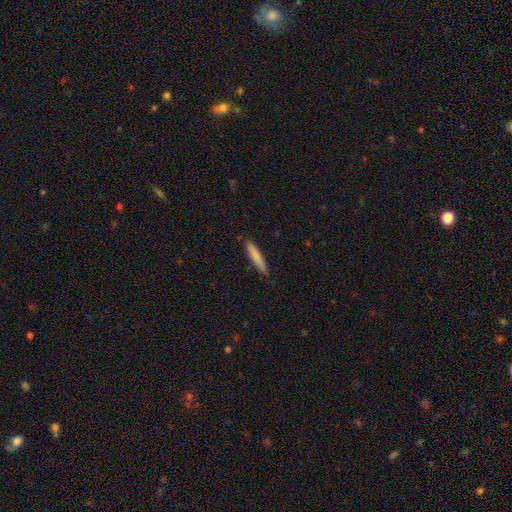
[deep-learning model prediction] This appears to be a smooth galaxy with no disk features (78%) that is cigar-shaped (90%). Merging: none (85%).